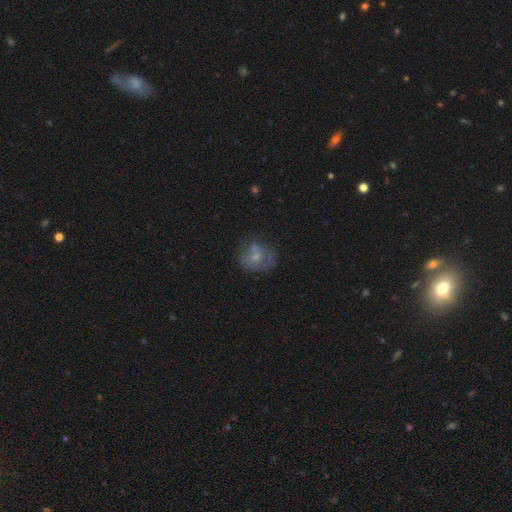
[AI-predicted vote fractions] This appears to be a smooth galaxy with no disk features (57%) that is round (53%). Merging: none (40%).